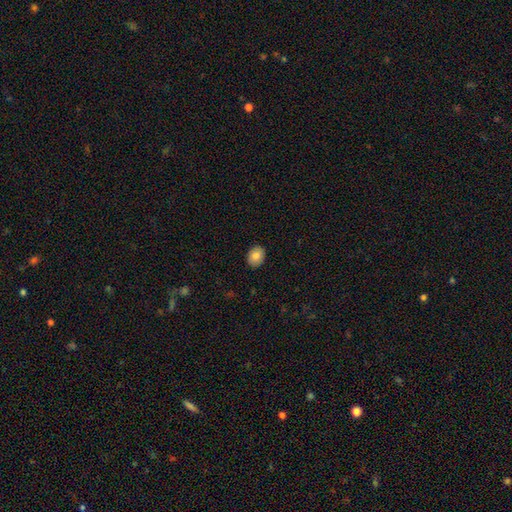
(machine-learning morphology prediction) smooth-or-featured: smooth: 83% | featured or disk: 9% | star or artifact: 8%
  how-rounded: in between: 55% | round: 44% | cigar-shaped: 1%
  merging: none: 90% | minor disturbance: 8% | major disturbance: 2% | merger: 1%